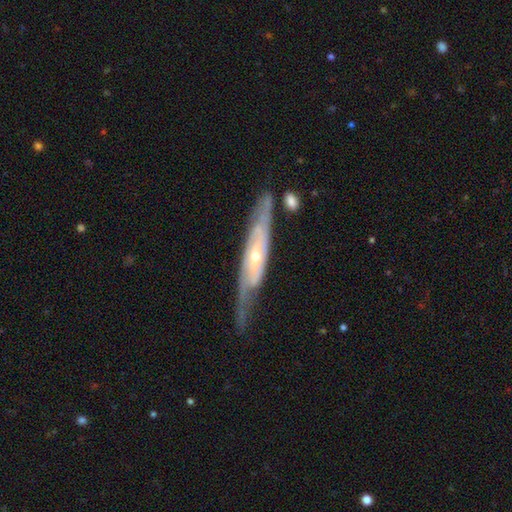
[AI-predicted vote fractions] The model was most divided on "edge-on disk": no: 58%, yes: 42%. More confident: smooth or featured — featured or disk (82%); merging — none (65%).